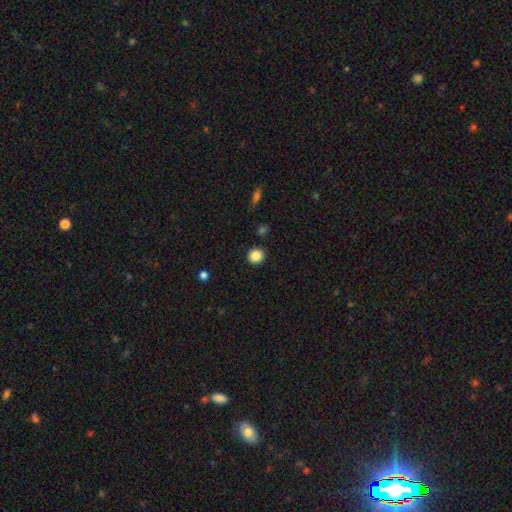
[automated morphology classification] smooth 86%, star or artifact 10%, featured or disk 4%. Down the decision tree: how rounded — round (92%); merging — none (91%).